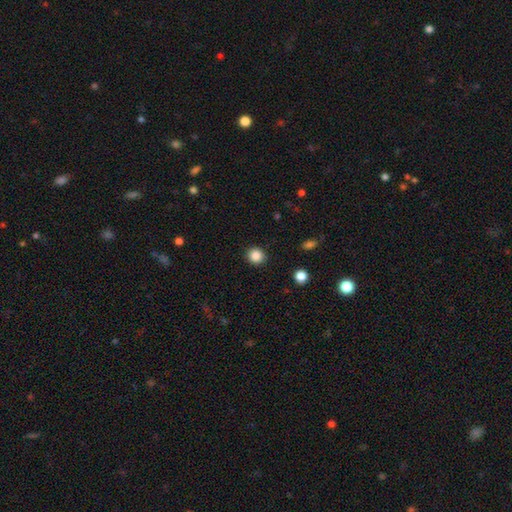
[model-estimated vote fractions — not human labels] Smooth or featured? Predicted: smooth (p=0.86). How rounded? Predicted: round (p=0.90). Merging? Predicted: none (p=0.91).